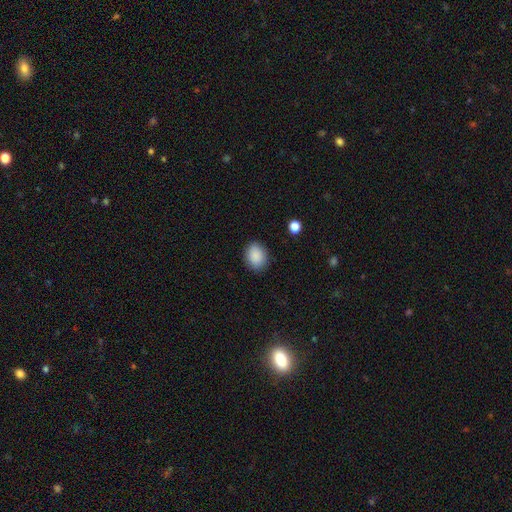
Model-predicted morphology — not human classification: A smooth galaxy with no disk features (89%) that is in between round and cigar-shaped (62%). Merging: none (86%).